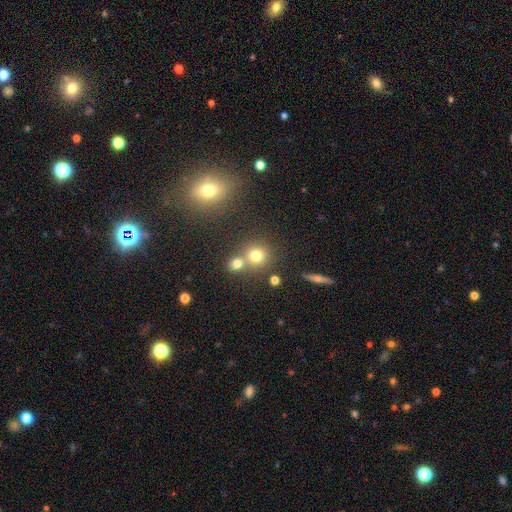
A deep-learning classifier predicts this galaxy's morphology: A smooth galaxy with no disk features (73%) that is round (86%). Merging: none (56%).